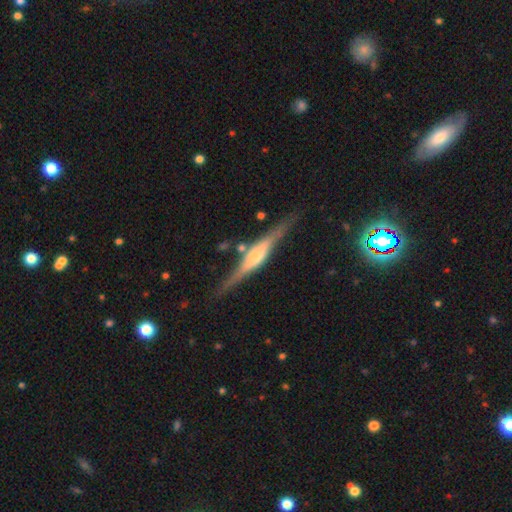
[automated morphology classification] This is likely a featured or disk galaxy (74%). It is clearly viewed edge-on (96%). Edge-on bulge: likely rounded (71%). Merging: likely none (78%).